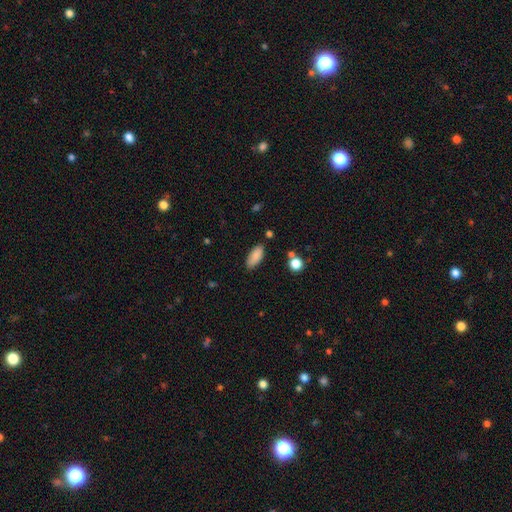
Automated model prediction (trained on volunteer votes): Q: Smooth or featured?
A: smooth (86%); runner-up: star or artifact (7%)
Q: How rounded?
A: in between (84%); runner-up: cigar-shaped (14%)
Q: Merging?
A: none (82%); runner-up: minor disturbance (13%)